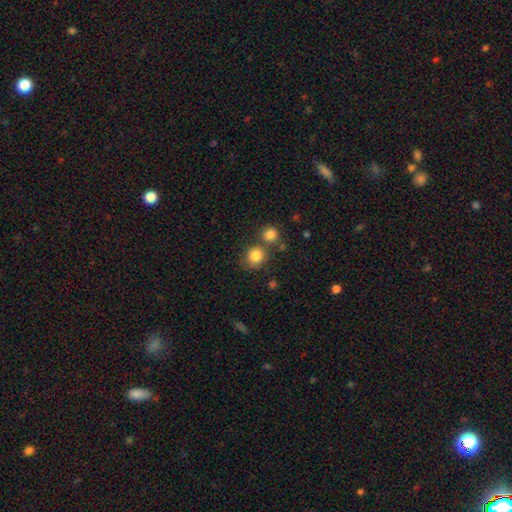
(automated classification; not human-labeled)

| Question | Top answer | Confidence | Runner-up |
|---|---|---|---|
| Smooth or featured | smooth | 84% | star or artifact (11%) |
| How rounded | round | 83% | in between (16%) |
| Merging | none | 65% | merger (21%) |